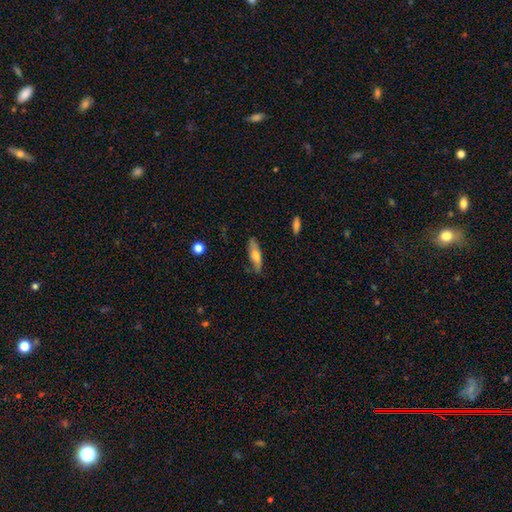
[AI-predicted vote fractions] Morphology: type=smooth (61%); roundness=in between (49%, tied with cigar-shaped); merging=none (74%).